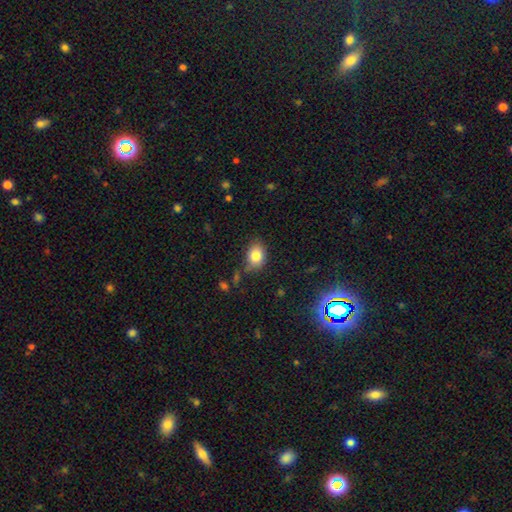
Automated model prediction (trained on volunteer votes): This appears to be a smooth galaxy with no disk features (83%) that is in between round and cigar-shaped (74%). Merging: none (73%).